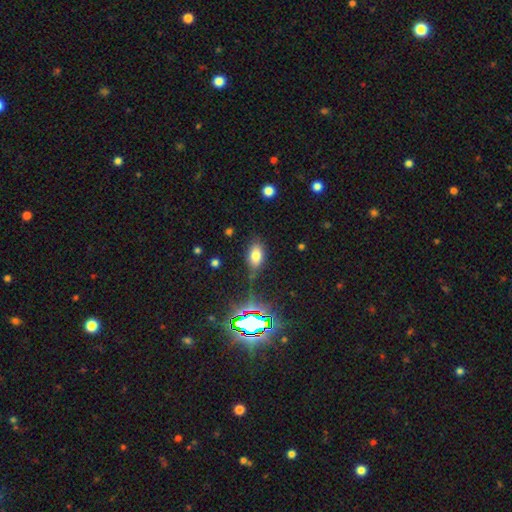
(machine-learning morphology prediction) smooth 72%, star or artifact 17%, featured or disk 11%. Down the decision tree: how rounded — in between (89%); merging — none (77%).